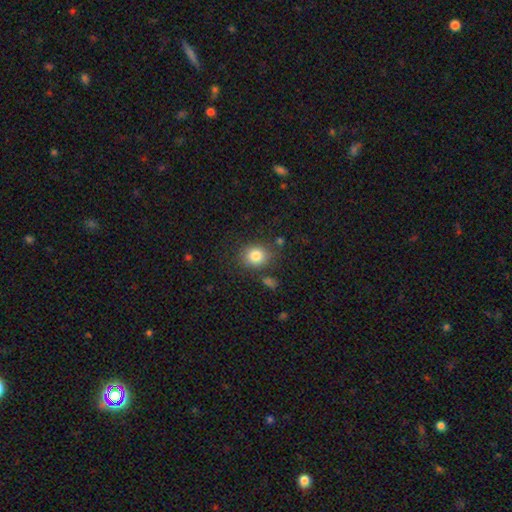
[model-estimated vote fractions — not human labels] smooth_or_featured: smooth (p=0.83) [alt: star or artifact p=0.10]
how_rounded: round (p=0.70) [alt: in between p=0.29]
merging: none (p=0.78) [alt: minor disturbance p=0.12]